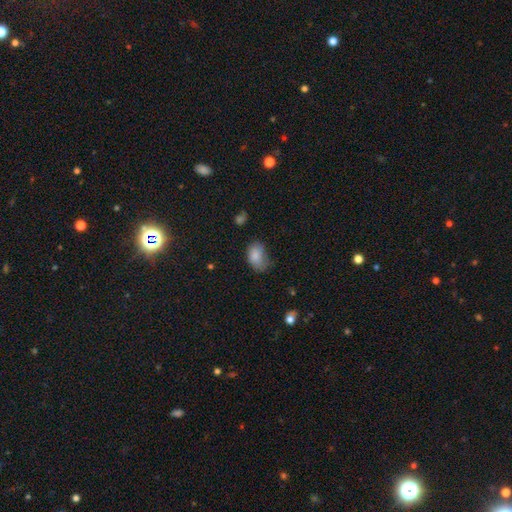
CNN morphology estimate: A smooth galaxy with no disk features (83%) that is in between round and cigar-shaped (86%). Merging: none (43%).